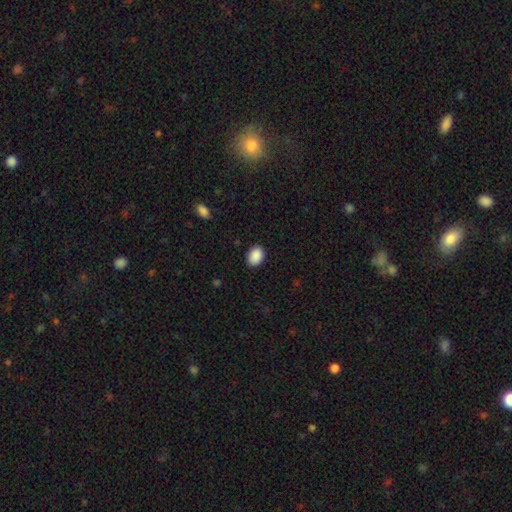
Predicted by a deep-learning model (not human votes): smooth-or-featured: smooth: 90% | star or artifact: 7% | featured or disk: 3%
  how-rounded: in between: 76% | round: 23% | cigar-shaped: 1%
  merging: none: 88% | minor disturbance: 9% | major disturbance: 2% | merger: 1%